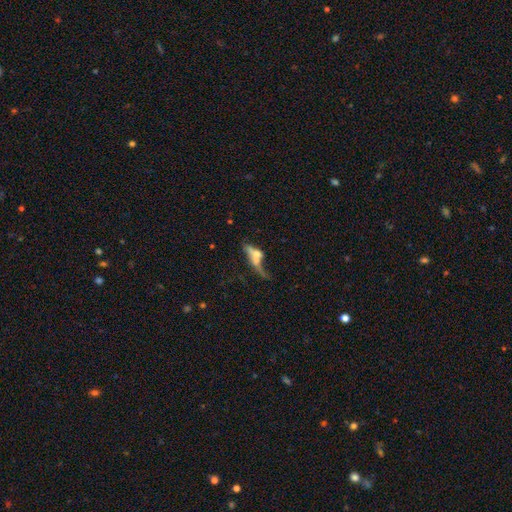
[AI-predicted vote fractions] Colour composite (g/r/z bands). It shows a featured or disk galaxy (48%). Merging: merger (38%).